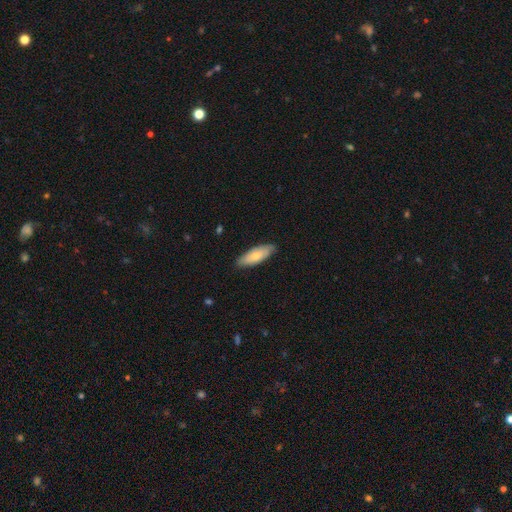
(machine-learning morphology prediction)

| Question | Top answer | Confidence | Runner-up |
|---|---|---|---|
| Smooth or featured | smooth | 70% | featured or disk (25%) |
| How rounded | in between | 66% | cigar-shaped (32%) |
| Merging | none | 83% | minor disturbance (14%) |